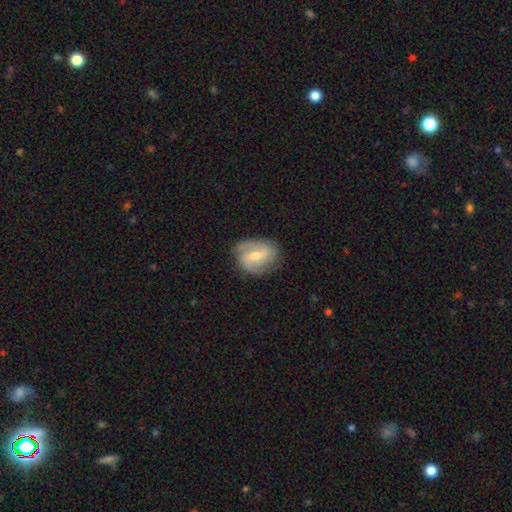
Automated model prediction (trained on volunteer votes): Smooth or featured: featured or disk — 76% (smooth — 18%)
Edge-on disk: no — 97% (yes — 3%)
Bar: weak — 49% (strong — 28%)
Spiral arms: yes — 93% (no — 7%)
Spiral winding: medium — 45% (tight — 31%)
Spiral arm count: 2 — 75% (can't tell — 10%)
Bulge size: moderate — 51% (small — 45%)
Merging: none — 75% (minor disturbance — 18%)